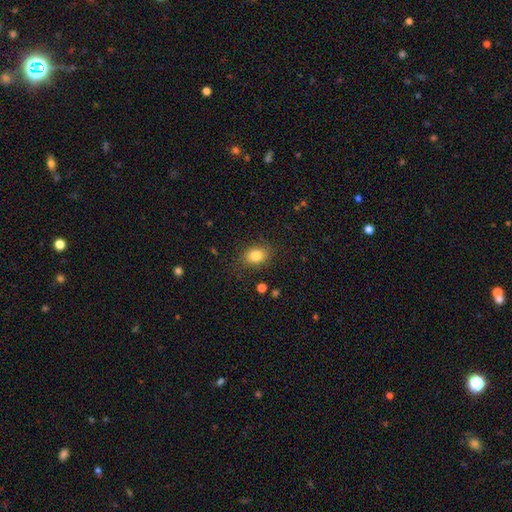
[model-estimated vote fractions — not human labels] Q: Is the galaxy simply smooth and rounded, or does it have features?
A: smooth — 83%.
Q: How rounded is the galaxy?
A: in between — 70%.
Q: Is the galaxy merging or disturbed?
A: none — 82%.